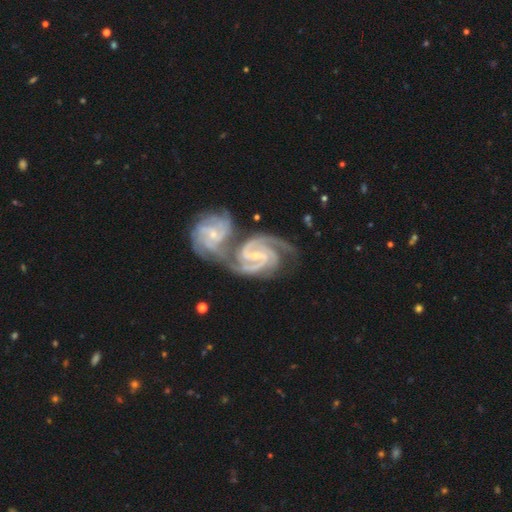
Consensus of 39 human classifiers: Smooth or featured? featured or disk (95%)
Edge-on disk? no (100%)
Bar? weak (49%)
Spiral arms? yes (97%)
Spiral winding? medium (72%)
Spiral arm count? 2 (56%)
Bulge size? small (68%)
Merging? merger (89%)